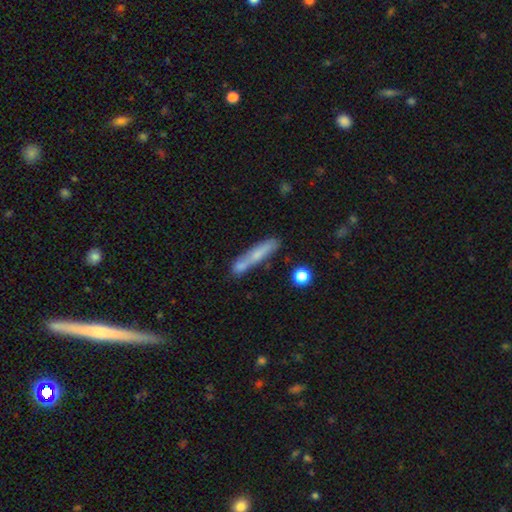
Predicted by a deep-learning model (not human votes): Smooth or featured? Predicted: smooth (p=0.61). How rounded? Predicted: cigar-shaped (p=0.90). Merging? Predicted: none (p=0.63).